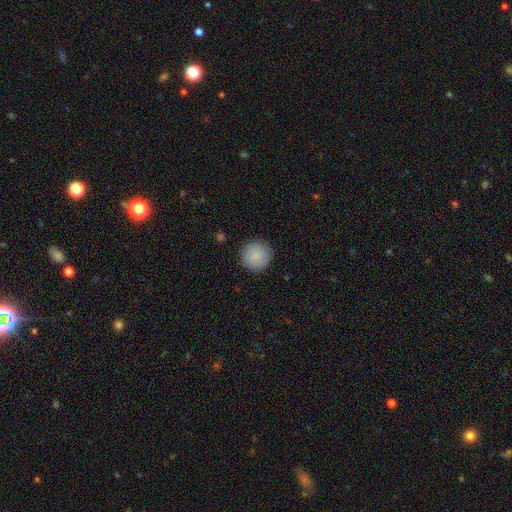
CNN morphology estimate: A smooth galaxy with no disk features (88%) that is round (96%). Merging: none (91%).